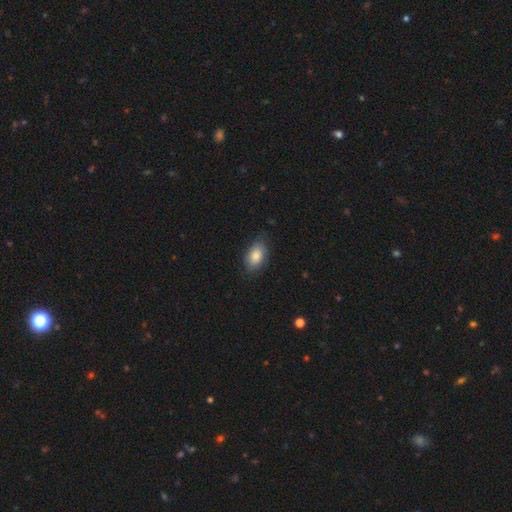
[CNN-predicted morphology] smooth_or_featured: smooth (p=0.82) [alt: featured or disk p=0.11]
how_rounded: in between (p=0.90) [alt: round p=0.08]
merging: none (p=0.77) [alt: minor disturbance p=0.19]